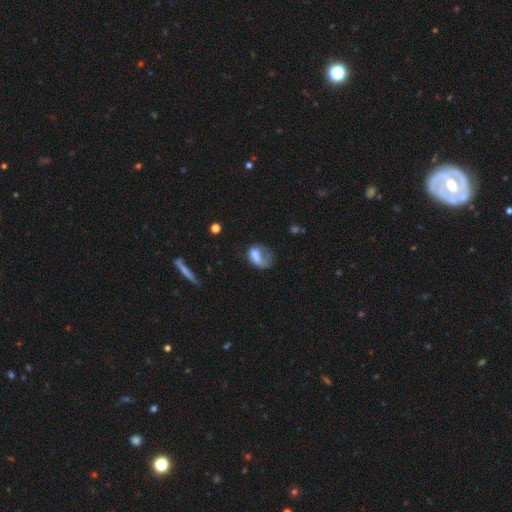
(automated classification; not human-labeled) Smooth or featured?
  - smooth: 60% *
  - featured or disk: 29%
  - star or artifact: 11%
How rounded?
  - in between: 74% *
  - round: 23%
  - cigar-shaped: 3%
Merging?
  - major disturbance: 46% *
  - none: 24%
  - minor disturbance: 23%
  - merger: 6%